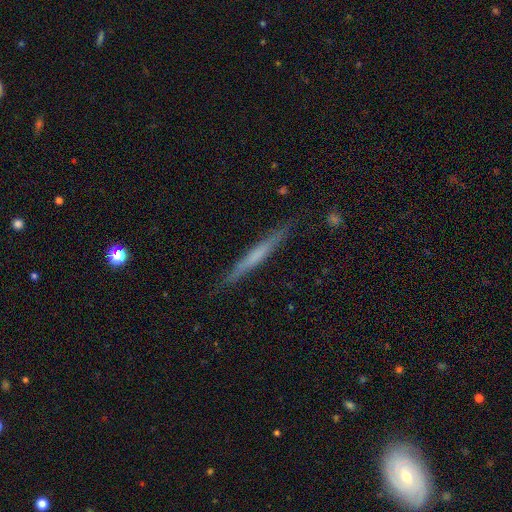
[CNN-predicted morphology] This appears to be a featured or disk galaxy (50%). Merging: none (89%).